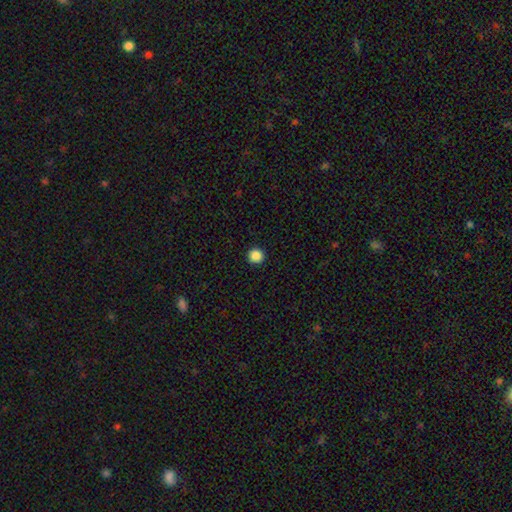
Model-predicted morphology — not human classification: Smooth or featured: smooth — 87% (star or artifact — 10%)
How rounded: round — 96% (in between — 3%)
Merging: none — 94% (minor disturbance — 4%)